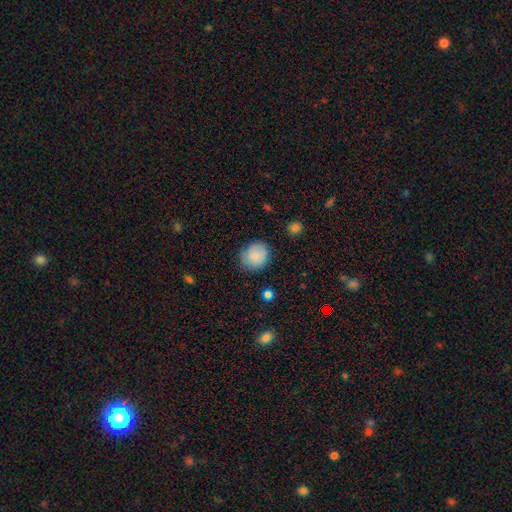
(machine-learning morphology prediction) Smooth or featured?
  - smooth: 84% *
  - featured or disk: 8%
  - star or artifact: 8%
How rounded?
  - round: 80% *
  - in between: 20%
  - cigar-shaped: 1%
Merging?
  - none: 80% *
  - minor disturbance: 15%
  - major disturbance: 3%
  - merger: 1%